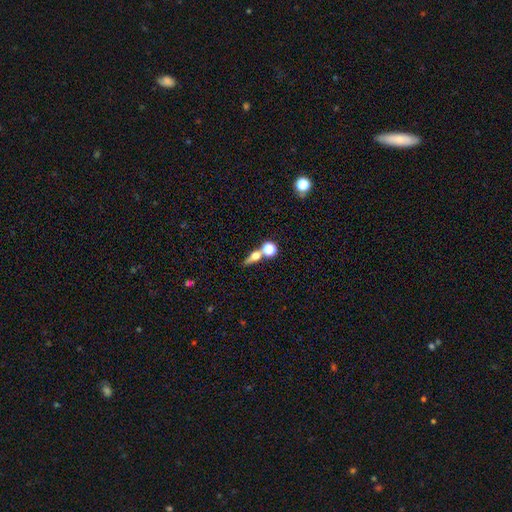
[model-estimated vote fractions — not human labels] Smooth or featured? Predicted: smooth (p=0.50). How rounded? Predicted: in between (p=0.37). Merging? Predicted: none (p=0.54).